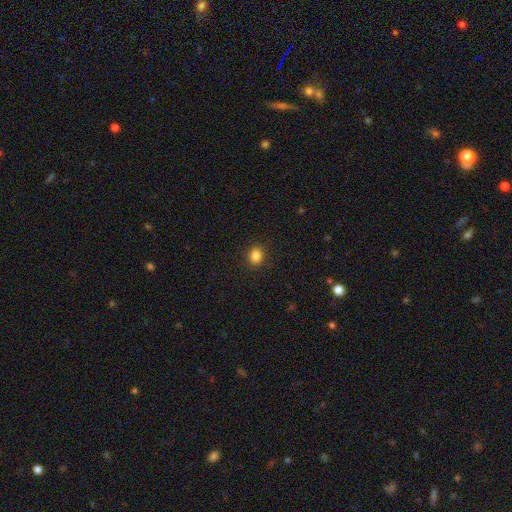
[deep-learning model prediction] Smooth or featured? smooth (84%)
How rounded? round (66%)
Merging? none (91%)